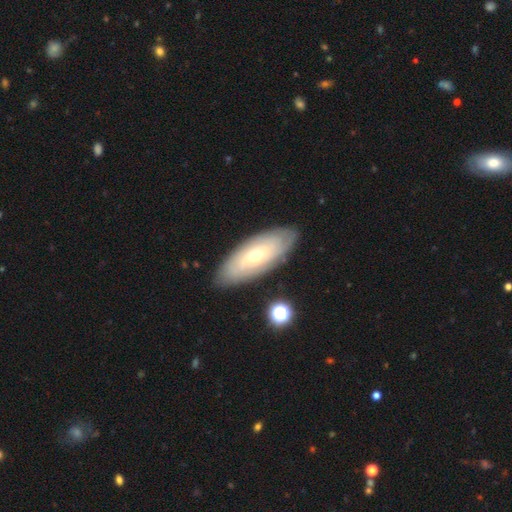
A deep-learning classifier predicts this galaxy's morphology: A featured or disk galaxy (58%).

Vote fractions:
- Smooth or featured? featured or disk: 58% / smooth: 35% / star or artifact: 7%
- Edge-on disk? no: 83% / yes: 17%
- Merging? none: 85% / minor disturbance: 11% / major disturbance: 3% / merger: 2%